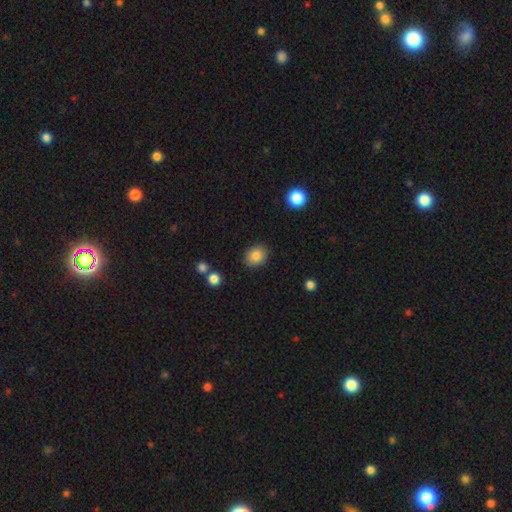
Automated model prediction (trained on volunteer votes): Q: Smooth or featured?
A: smooth (86%); runner-up: star or artifact (9%)
Q: How rounded?
A: round (63%); runner-up: in between (36%)
Q: Merging?
A: none (87%); runner-up: minor disturbance (9%)